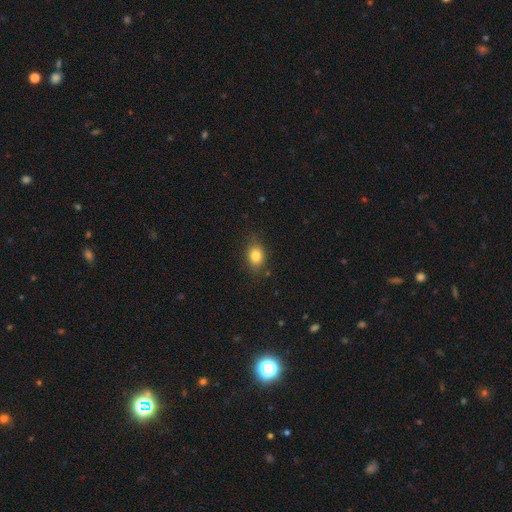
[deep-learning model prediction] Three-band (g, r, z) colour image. It shows a smooth galaxy with no disk features (83%) that is in between round and cigar-shaped (68%). Merging: none (81%).